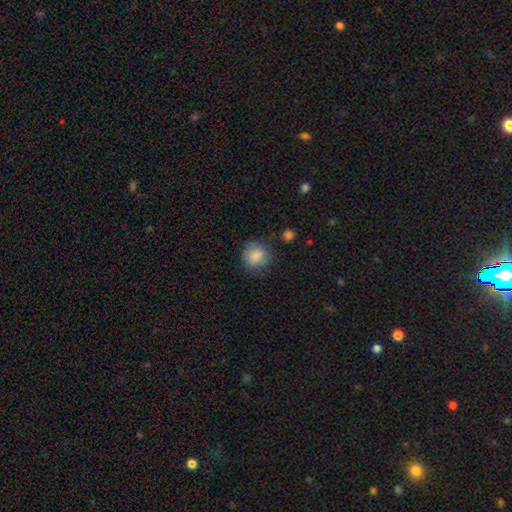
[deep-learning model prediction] This appears to be a smooth galaxy with no disk features (83%) that is round (87%). Merging: none (75%).